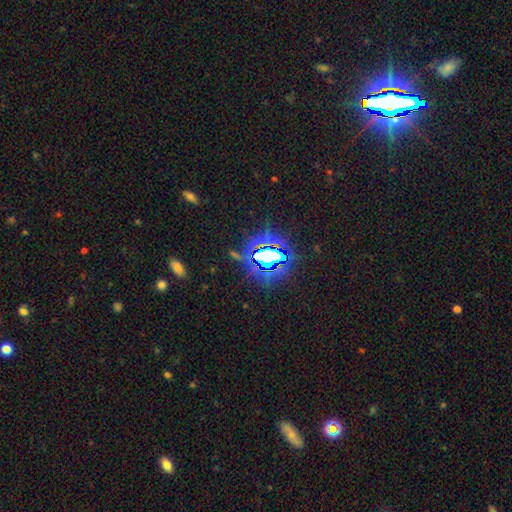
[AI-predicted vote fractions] Smooth or featured?
  - star or artifact: 80% *
  - smooth: 12%
  - featured or disk: 8%